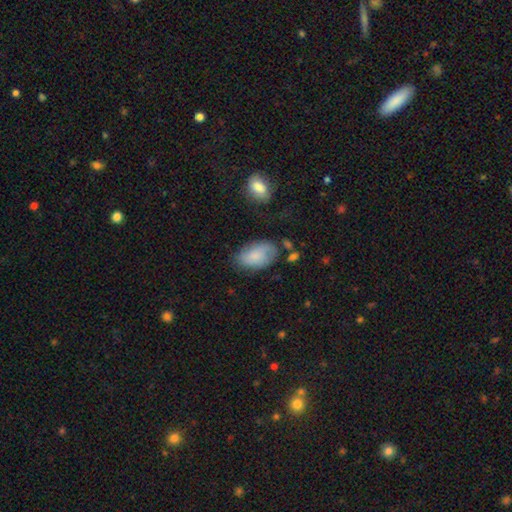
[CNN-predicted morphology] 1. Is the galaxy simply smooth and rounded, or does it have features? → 77% smooth, 16% featured or disk, 7% star or artifact.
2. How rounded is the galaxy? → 93% in between, 6% round, 1% cigar-shaped.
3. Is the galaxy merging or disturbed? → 64% none, 24% minor disturbance, 7% major disturbance, 4% merger.